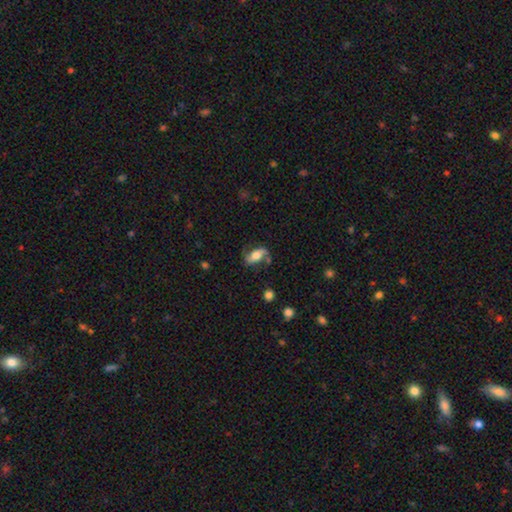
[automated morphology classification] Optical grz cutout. It shows a featured or disk galaxy (60%) with no bar (50%), spiral arms (86%) and a moderate central bulge (53%). Merging: none (64%).